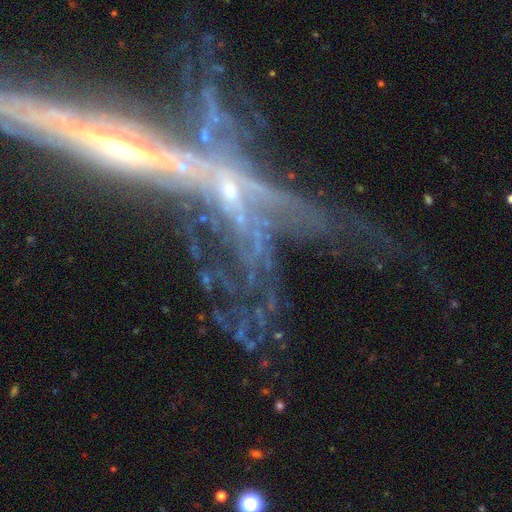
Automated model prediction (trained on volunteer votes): featured or disk 64%, star or artifact 24%, smooth 12%. Down the decision tree: edge-on disk — no (79%); bar — no (66%); spiral arms — yes (51%); bulge size — small (54%); merging — merger (37%).